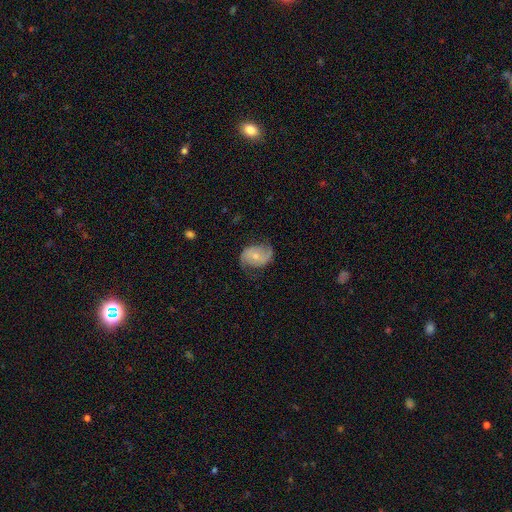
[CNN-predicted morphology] Q: Smooth or featured?
A: featured or disk (67%); runner-up: smooth (26%)
Q: Edge-on disk?
A: no (97%); runner-up: yes (3%)
Q: Bar?
A: no (56%); runner-up: weak (35%)
Q: Spiral arms?
A: yes (89%); runner-up: no (11%)
Q: Spiral winding?
A: medium (41%); runner-up: loose (38%)
Q: Spiral arm count?
A: 2 (86%); runner-up: can't tell (7%)
Q: Bulge size?
A: small (50%); runner-up: moderate (44%)
Q: Merging?
A: none (67%); runner-up: minor disturbance (22%)